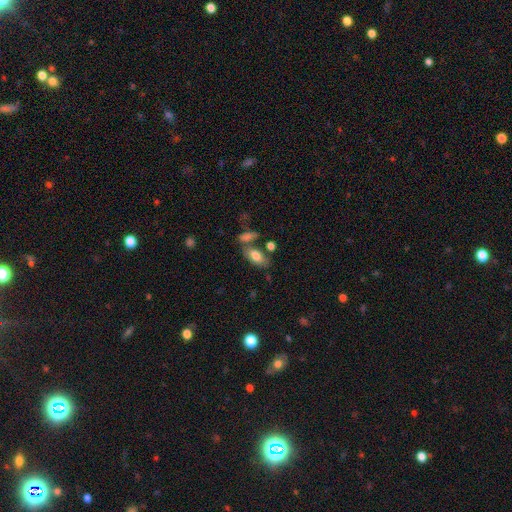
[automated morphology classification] The model was most divided on "merging": none: 59%, merger: 20%, minor disturbance: 15%, major disturbance: 6%. More confident: how rounded — in between (90%); smooth or featured — smooth (75%).